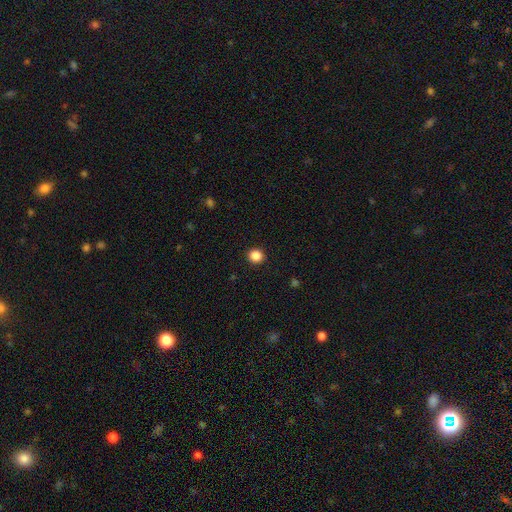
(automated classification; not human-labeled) Smooth or featured?
  - smooth: 87% *
  - star or artifact: 10%
  - featured or disk: 3%
How rounded?
  - round: 91% *
  - in between: 8%
  - cigar-shaped: 1%
Merging?
  - none: 92% *
  - minor disturbance: 5%
  - major disturbance: 2%
  - merger: 1%